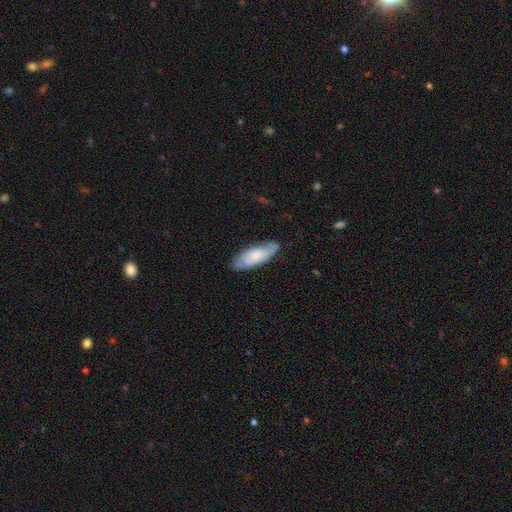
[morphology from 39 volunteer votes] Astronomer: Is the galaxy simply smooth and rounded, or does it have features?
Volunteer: smooth — 51% (runner-up: featured or disk, 46%).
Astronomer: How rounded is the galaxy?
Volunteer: in between — 80%.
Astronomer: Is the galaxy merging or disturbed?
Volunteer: none — 82%.